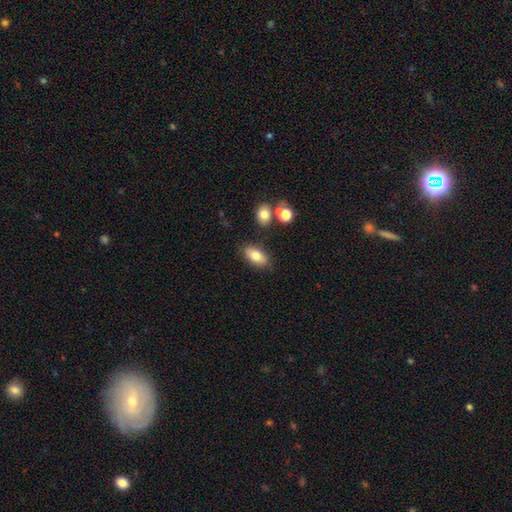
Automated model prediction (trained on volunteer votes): The model was most divided on "smooth or featured": smooth: 79%, featured or disk: 13%, star or artifact: 8%. More confident: how rounded — in between (89%); merging — none (80%).